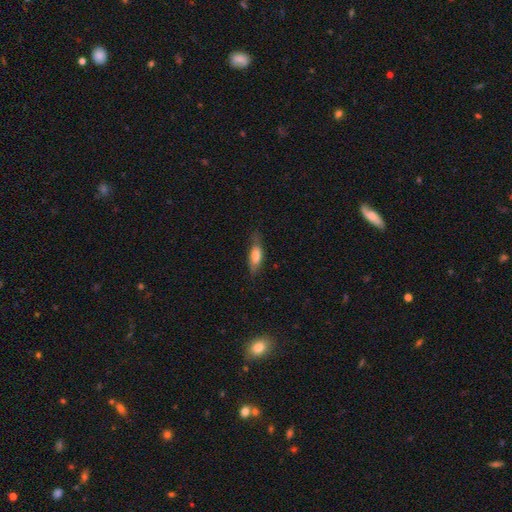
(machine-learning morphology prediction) This is likely a smooth galaxy (70%). How rounded: likely in between (60%). Merging: likely none (67%).